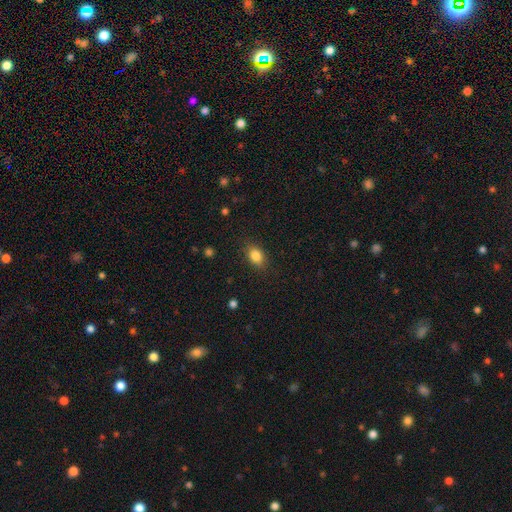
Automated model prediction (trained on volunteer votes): smooth_or_featured: smooth (p=0.84) [alt: star or artifact p=0.09]
how_rounded: in between (p=0.78) [alt: round p=0.20]
merging: none (p=0.84) [alt: minor disturbance p=0.12]